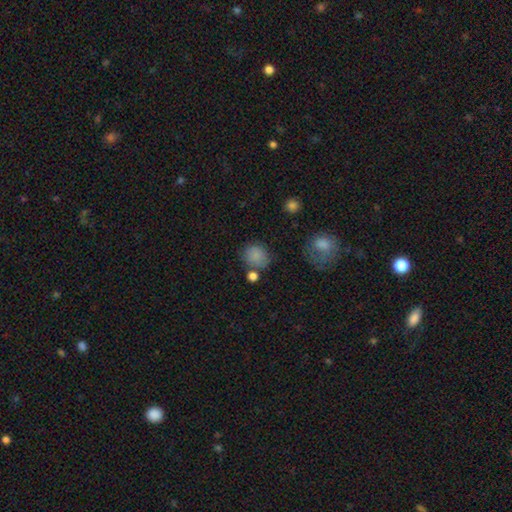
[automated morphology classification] Overall: smooth (83%). How rounded: round (79%). Merging: none (68%).